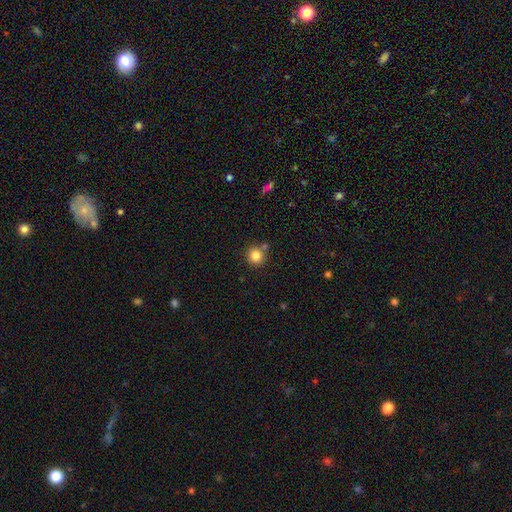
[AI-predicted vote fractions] smooth-or-featured: smooth: 82% | star or artifact: 11% | featured or disk: 6%
  how-rounded: round: 92% | in between: 7% | cigar-shaped: 1%
  merging: none: 77% | merger: 12% | minor disturbance: 9% | major disturbance: 3%